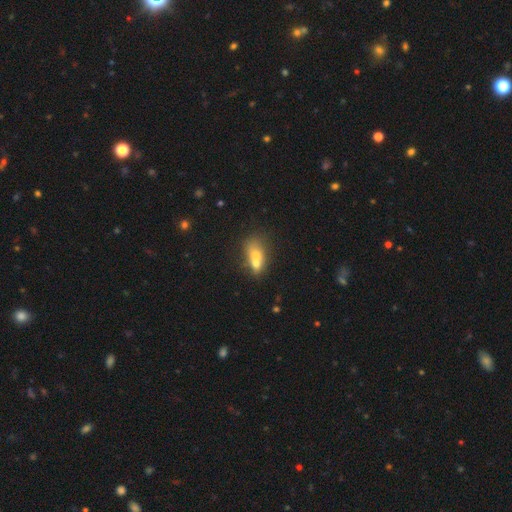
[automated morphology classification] type=smooth (63%); roundness=in between (63%); merging=merger (64%).